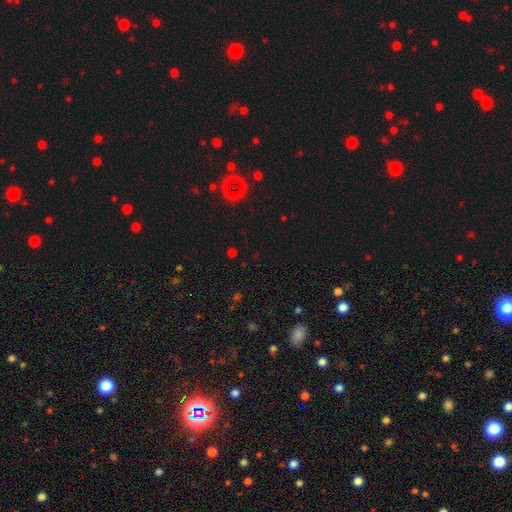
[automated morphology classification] This is likely a star or artifact rather than a galaxy (62%).